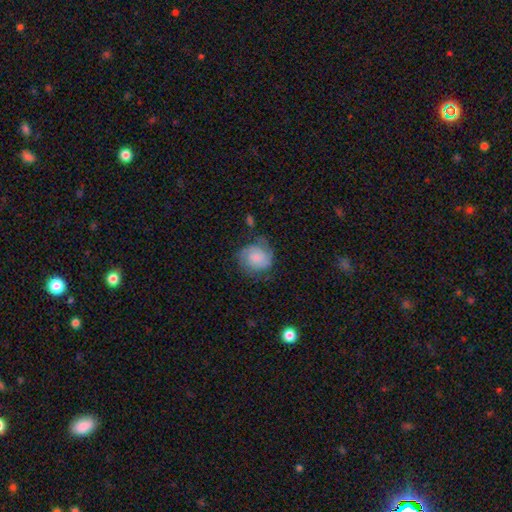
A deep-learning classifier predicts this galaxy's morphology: Smooth or featured? Predicted: featured or disk (p=0.56). Edge-on disk? Predicted: no (p=0.98). Bar? Predicted: no (p=0.68). Spiral arms? Predicted: yes (p=0.91). Spiral winding? Predicted: tight (p=0.53). Spiral arm count? Predicted: 2 (p=0.64). Bulge size? Predicted: small (p=0.48). Merging? Predicted: none (p=0.64).